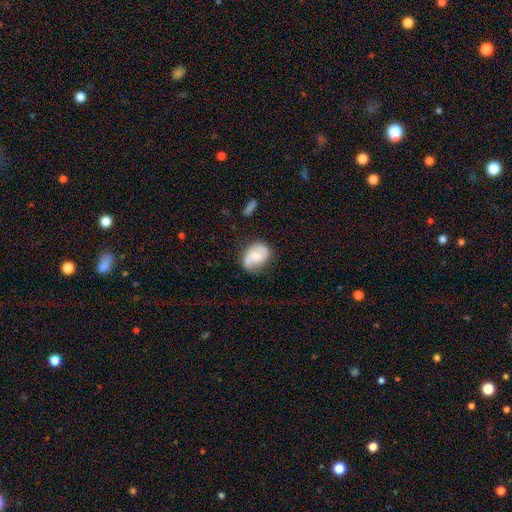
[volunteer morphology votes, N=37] A featured or disk galaxy (51%) with a weak bar (61%), 2 (80%) medium (40%, tied with loose) spiral arms (83%) and a moderate central bulge (50%).

Vote fractions:
- Smooth or featured? featured or disk: 51% / smooth: 49% / star or artifact: 0%
- Edge-on disk? no: 95% / yes: 5%
- Bar? weak: 61% / no: 33% / strong: 6%
- Spiral arms? yes: 83% / no: 17%
- Spiral winding? medium: 40% (tied) / loose: 40% (tied) / tight: 20%
- Spiral arm count? 2: 80% / can't tell: 13% / 1: 7% / 3: 0% / 4: 0% / more than 4: 0%
- Bulge size? moderate: 50% / small: 33% / none: 11% / dominant: 6% / large: 0%
- Merging? none: 62% / minor disturbance: 35% / merger: 3% / major disturbance: 0%